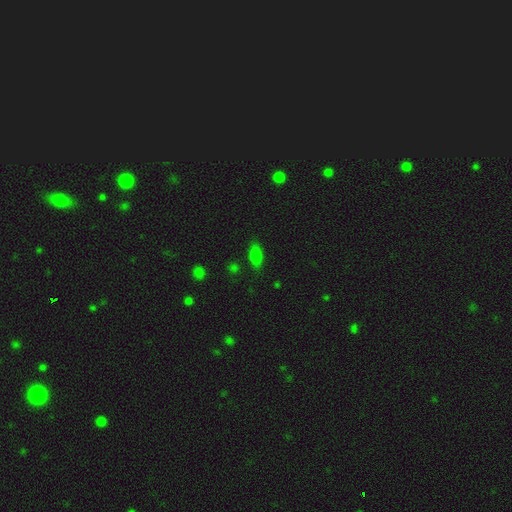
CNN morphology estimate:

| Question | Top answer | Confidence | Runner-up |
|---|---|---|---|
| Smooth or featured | smooth | 76% | star or artifact (13%) |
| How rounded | in between | 82% | cigar-shaped (12%) |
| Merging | none | 81% | minor disturbance (14%) |